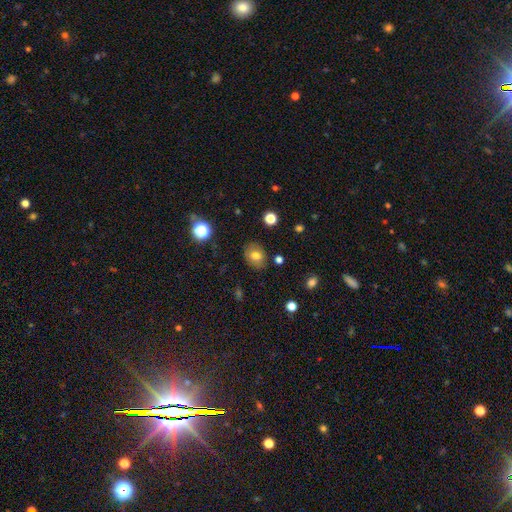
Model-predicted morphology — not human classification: A smooth galaxy with no disk features (75%) that is round (51%). Merging: none (85%).